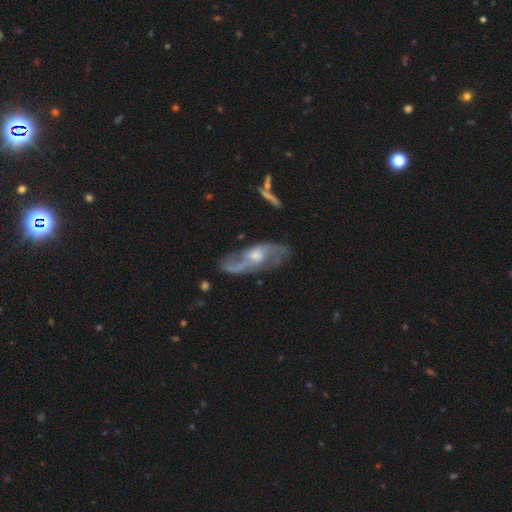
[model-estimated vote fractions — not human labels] Overall: featured or disk (83%). Edge-on disk: no (88%). Bar: no (52%; weak 39%). Spiral arms: yes (93%). Spiral arm count: 2 (82%). Spiral winding: loose (43%; medium 41%). Bulge size: moderate (62%; small 25%). Merging: none (73%).